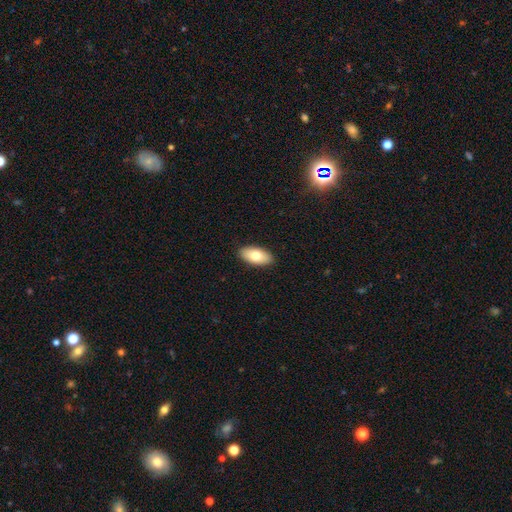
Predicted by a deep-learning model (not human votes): This appears to be a smooth galaxy with no disk features (76%) that is in between round and cigar-shaped (92%). Merging: none (90%).